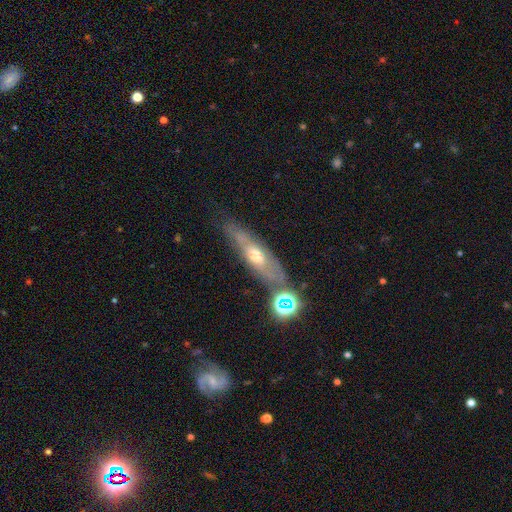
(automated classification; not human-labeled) Smooth or featured? featured or disk (58%)
Edge-on disk? no (52%)
Merging? none (68%)